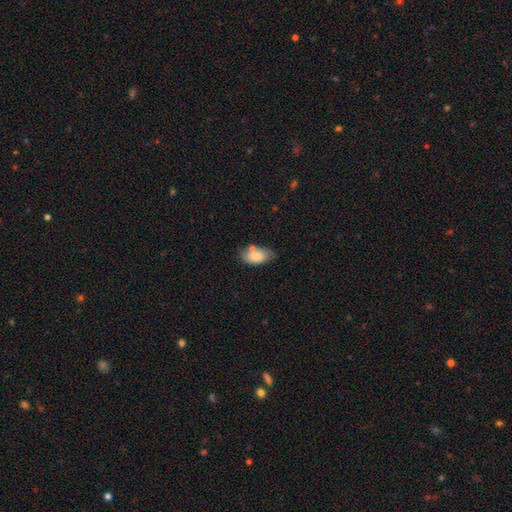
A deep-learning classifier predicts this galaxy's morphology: A smooth galaxy with no disk features (81%) that is in between round and cigar-shaped (93%). Merging: none (57%).